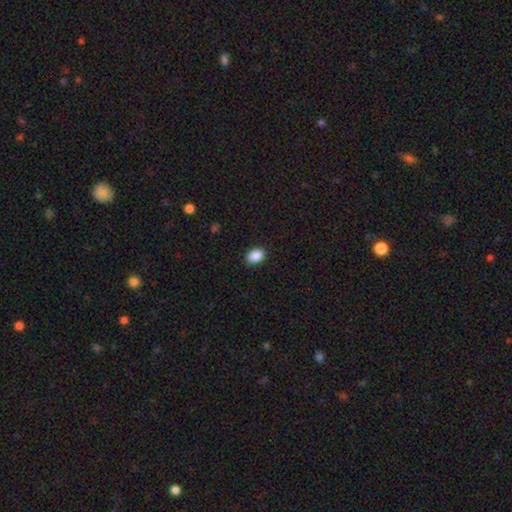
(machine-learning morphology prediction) A smooth galaxy with no disk features (89%) that is in between round and cigar-shaped (78%).

Vote fractions:
- Smooth or featured? smooth: 89% / star or artifact: 8% / featured or disk: 3%
- How rounded? in between: 78% / round: 21% / cigar-shaped: 1%
- Merging? none: 89% / minor disturbance: 8% / major disturbance: 2% / merger: 1%